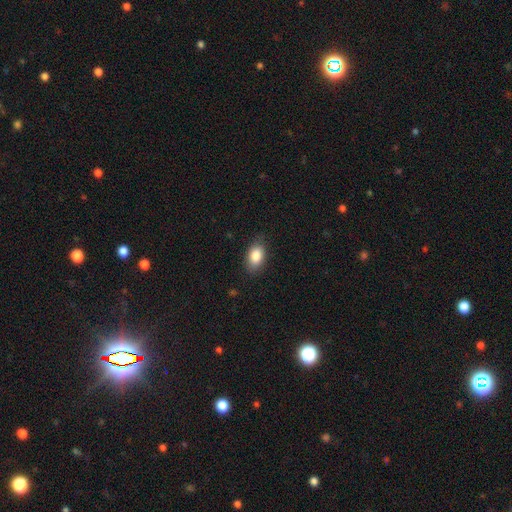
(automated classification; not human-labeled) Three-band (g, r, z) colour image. It shows a smooth galaxy with no disk features (85%) that is in between round and cigar-shaped (89%). Merging: none (81%).